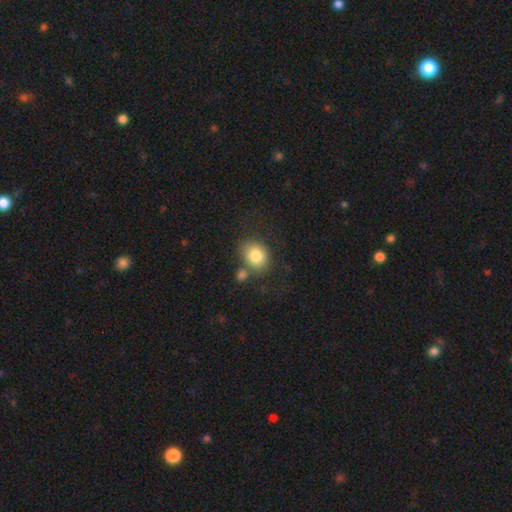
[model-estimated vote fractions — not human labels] Q: Smooth or featured?
A: smooth (82%); runner-up: featured or disk (9%)
Q: How rounded?
A: round (55%); runner-up: in between (44%)
Q: Merging?
A: none (62%); runner-up: merger (17%)